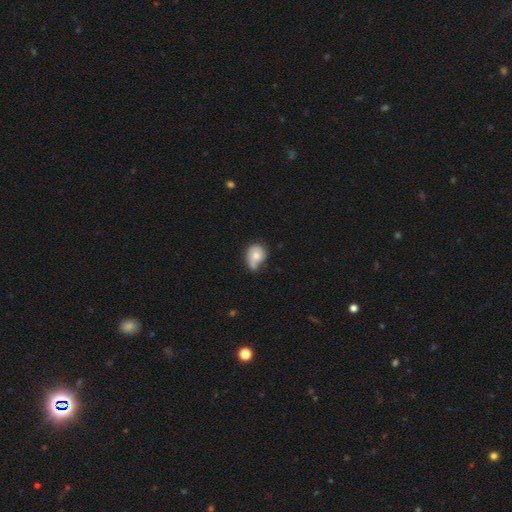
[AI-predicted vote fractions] smooth-or-featured: smooth: 54% | featured or disk: 38% | star or artifact: 8%
  how-rounded: round: 57% | in between: 42% | cigar-shaped: 1%
  merging: none: 37% | minor disturbance: 36% | major disturbance: 17% | merger: 10%